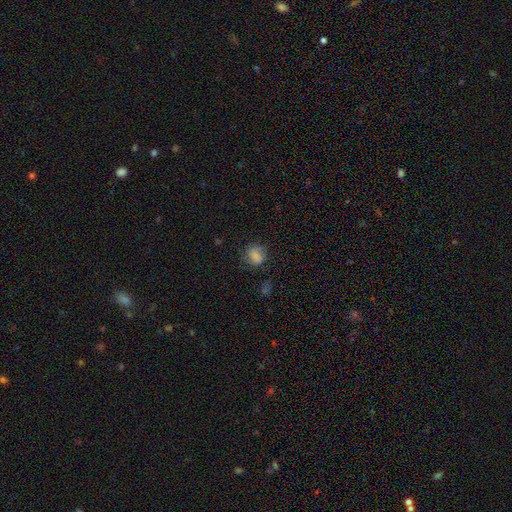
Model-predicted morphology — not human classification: Smooth or featured: smooth — 74% (featured or disk — 15%)
How rounded: round — 69% (in between — 30%)
Merging: none — 66% (minor disturbance — 22%)